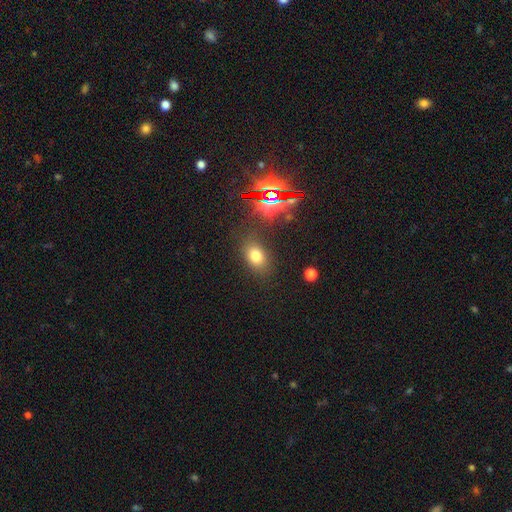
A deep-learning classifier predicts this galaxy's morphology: A smooth galaxy with no disk features (70%) that is in between round and cigar-shaped (73%).

Vote fractions:
- Smooth or featured? smooth: 70% / star or artifact: 21% / featured or disk: 9%
- How rounded? in between: 73% / round: 25% / cigar-shaped: 2%
- Merging? none: 81% / minor disturbance: 11% / major disturbance: 5% / merger: 3%